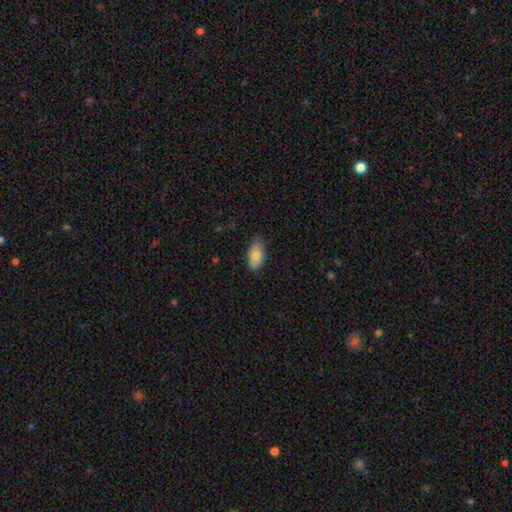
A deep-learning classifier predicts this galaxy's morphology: smooth_or_featured: smooth (p=0.84) [alt: featured or disk p=0.10]
how_rounded: in between (p=0.92) [alt: cigar-shaped p=0.05]
merging: none (p=0.74) [alt: minor disturbance p=0.22]